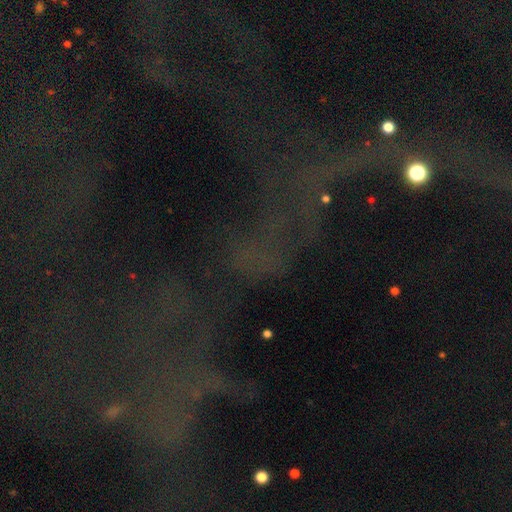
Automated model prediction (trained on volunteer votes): smooth-or-featured: star or artifact: 63% | featured or disk: 21% | smooth: 17%